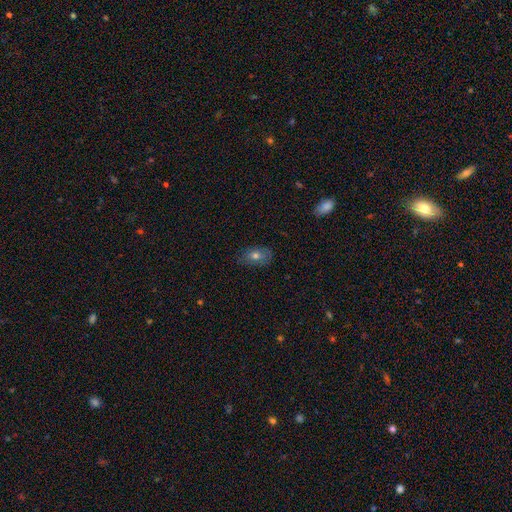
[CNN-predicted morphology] A smooth galaxy with no disk features (67%) that is in between round and cigar-shaped (83%).

Vote fractions:
- Smooth or featured? smooth: 67% / featured or disk: 21% / star or artifact: 12%
- How rounded? in between: 83% / round: 14% / cigar-shaped: 3%
- Merging? none: 75% / minor disturbance: 20% / major disturbance: 4% / merger: 1%